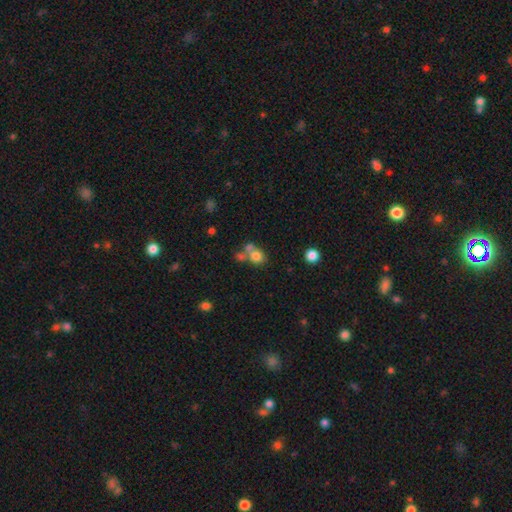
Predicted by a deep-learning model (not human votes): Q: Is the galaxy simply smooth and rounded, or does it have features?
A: smooth — 74%.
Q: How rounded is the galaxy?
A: round — 76%.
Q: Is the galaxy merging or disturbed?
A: none — 44%.